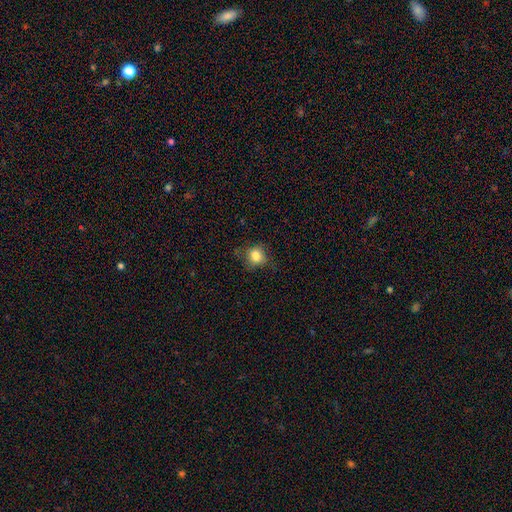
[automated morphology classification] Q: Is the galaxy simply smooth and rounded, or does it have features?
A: smooth — 82%.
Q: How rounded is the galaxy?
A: round — 74%.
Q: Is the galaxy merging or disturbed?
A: none — 72%.